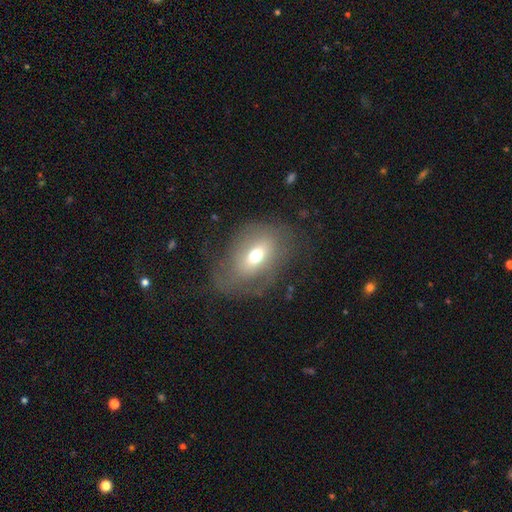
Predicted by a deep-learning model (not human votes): Morphology: type=smooth (54%); roundness=in between (74%); merging=none (54%).